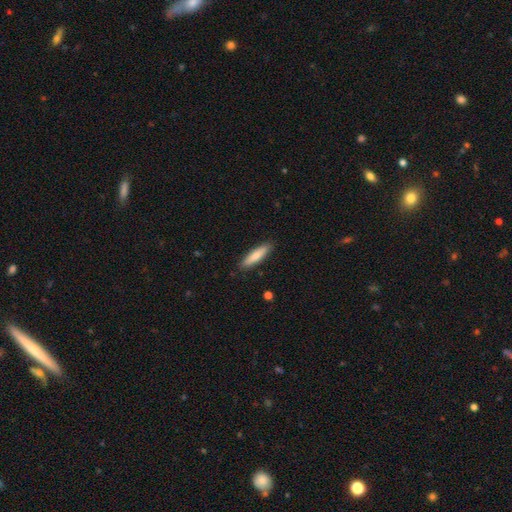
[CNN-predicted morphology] type=smooth (78%); roundness=cigar-shaped (75%); merging=none (89%).